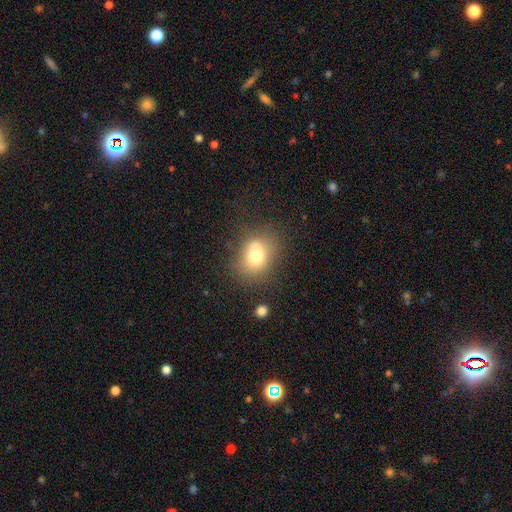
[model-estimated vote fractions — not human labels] smooth_or_featured: smooth (p=0.72) [alt: featured or disk p=0.16]
how_rounded: in between (p=0.51) [alt: round p=0.48]
merging: none (p=0.59) [alt: minor disturbance p=0.21]